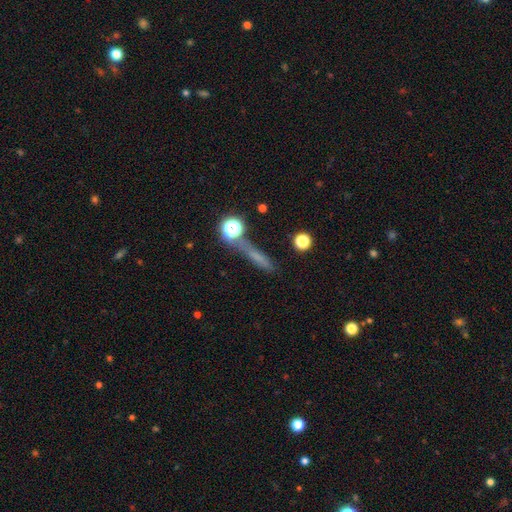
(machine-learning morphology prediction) Overall: smooth (53%; featured or disk 24%). How rounded: cigar-shaped (72%). Merging: none (63%).